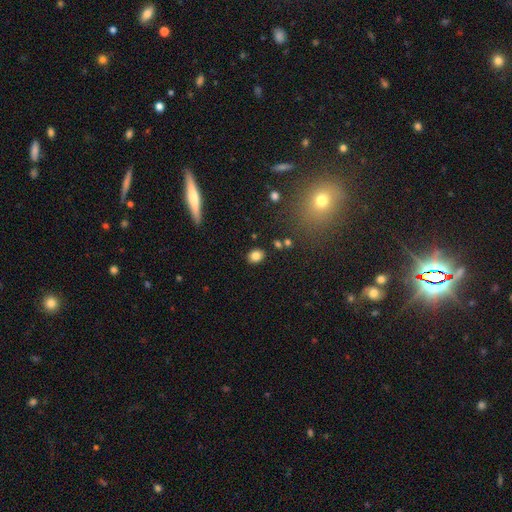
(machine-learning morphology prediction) Smooth or featured: smooth — 82% (star or artifact — 11%)
How rounded: in between — 53% (round — 45%)
Merging: none — 85% (minor disturbance — 9%)